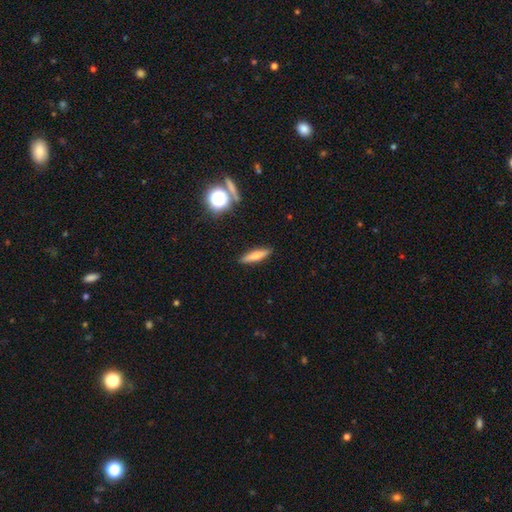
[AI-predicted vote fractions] A smooth galaxy with no disk features (69%) that is cigar-shaped (78%).

Vote fractions:
- Smooth or featured? smooth: 69% / featured or disk: 22% / star or artifact: 9%
- How rounded? cigar-shaped: 78% / in between: 20% / round: 2%
- Merging? none: 89% / minor disturbance: 8% / major disturbance: 2% / merger: 2%